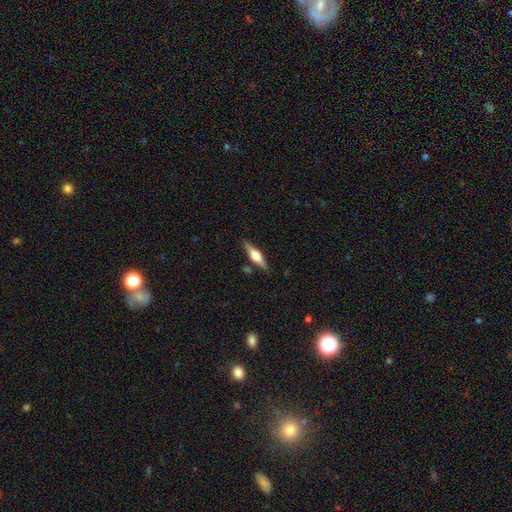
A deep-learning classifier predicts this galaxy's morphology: A featured or disk galaxy (67%) viewed edge-on (97%) with a rounded central bulge (92%).

Vote fractions:
- Smooth or featured? featured or disk: 67% / smooth: 27% / star or artifact: 6%
- Edge-on disk? yes: 97% / no: 3%
- Edge-on bulge? rounded: 92% / boxy: 6% / none: 2%
- Merging? none: 85% / minor disturbance: 10% / merger: 3% / major disturbance: 2%